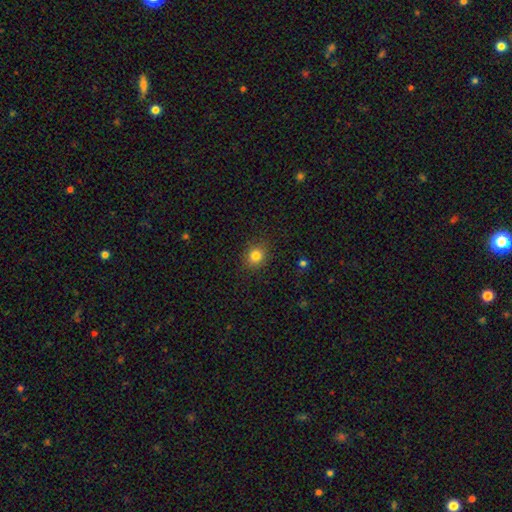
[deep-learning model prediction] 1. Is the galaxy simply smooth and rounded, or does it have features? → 83% smooth, 12% star or artifact, 6% featured or disk.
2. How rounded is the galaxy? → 74% round, 25% in between, 1% cigar-shaped.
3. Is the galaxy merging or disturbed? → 87% none, 9% minor disturbance, 3% major disturbance, 1% merger.